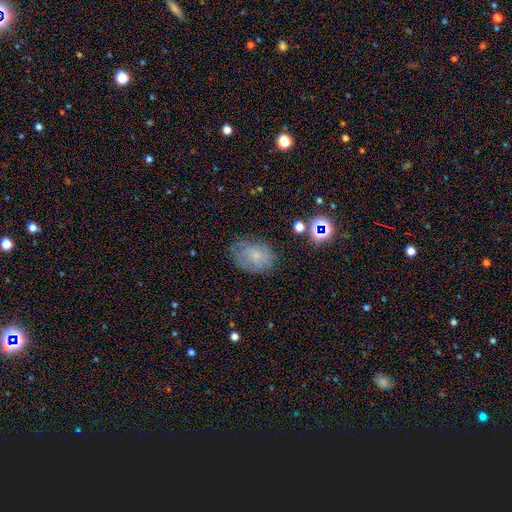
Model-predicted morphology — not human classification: Smooth or featured?
  - featured or disk: 43% *
  - smooth: 42%
  - star or artifact: 15%
Merging?
  - none: 66% *
  - minor disturbance: 23%
  - major disturbance: 9%
  - merger: 2%